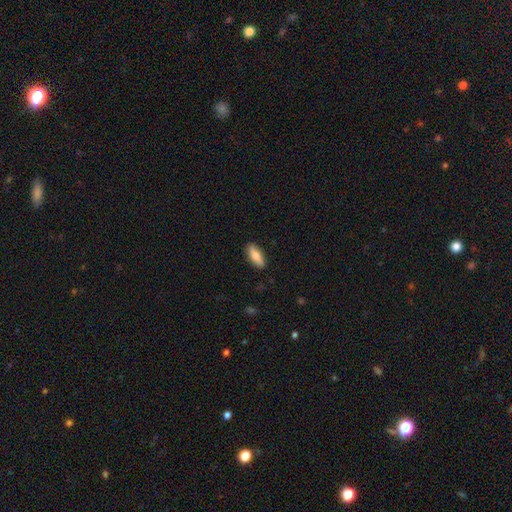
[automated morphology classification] Smooth or featured?
  - smooth: 74% *
  - featured or disk: 20%
  - star or artifact: 6%
How rounded?
  - in between: 69% *
  - cigar-shaped: 29%
  - round: 3%
Merging?
  - none: 89% *
  - minor disturbance: 9%
  - major disturbance: 2%
  - merger: 1%